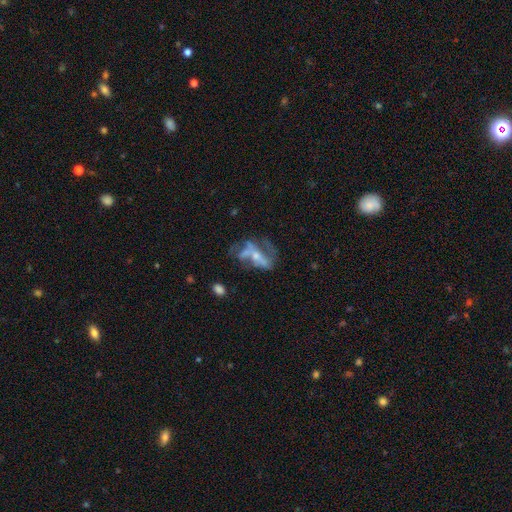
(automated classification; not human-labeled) featured or disk 65%, smooth 25%, star or artifact 10%. Down the decision tree: edge-on disk — no (89%); bar — no (52%); spiral arms — no (54%); bulge size — small (48%); merging — major disturbance (35%, tied with none).